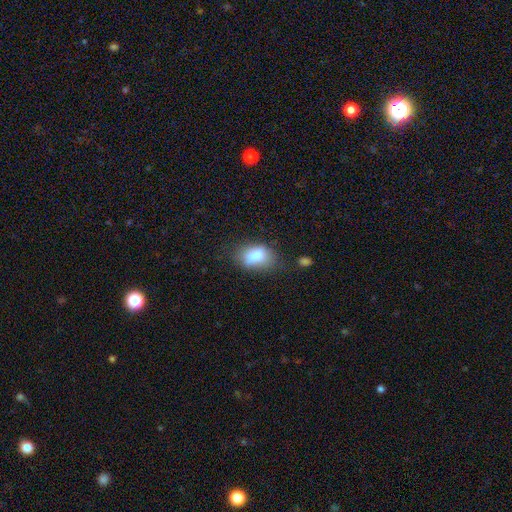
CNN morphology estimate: Smooth or featured?
  - smooth: 79% *
  - featured or disk: 12%
  - star or artifact: 9%
How rounded?
  - in between: 86% *
  - round: 11%
  - cigar-shaped: 2%
Merging?
  - none: 49% *
  - minor disturbance: 29%
  - major disturbance: 13%
  - merger: 9%